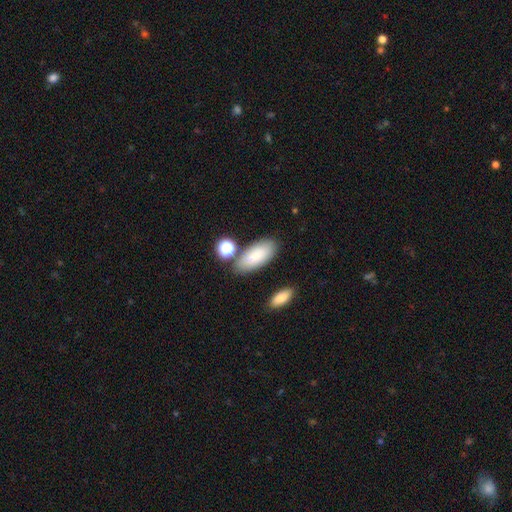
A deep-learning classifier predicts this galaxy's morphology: type=smooth (81%); roundness=in between (87%); merging=none (74%).